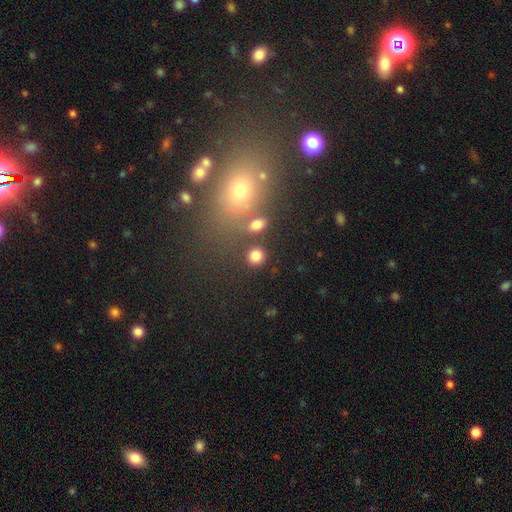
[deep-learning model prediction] A smooth galaxy with no disk features (83%) that is round (86%).

Vote fractions:
- Smooth or featured? smooth: 83% / star or artifact: 12% / featured or disk: 5%
- How rounded? round: 86% / in between: 13% / cigar-shaped: 1%
- Merging? none: 82% / minor disturbance: 7% / merger: 7% / major disturbance: 3%